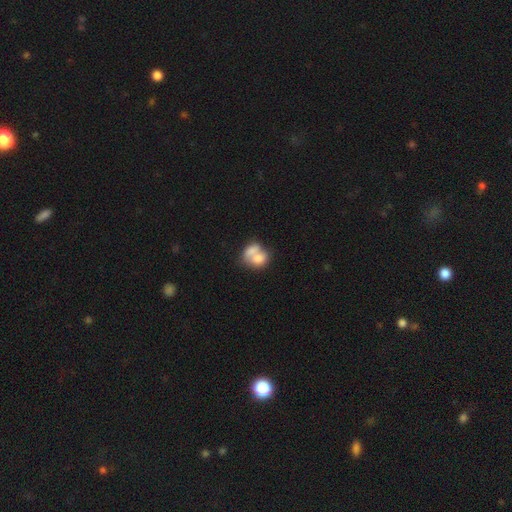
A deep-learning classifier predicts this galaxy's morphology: smooth-or-featured: smooth: 70% | featured or disk: 22% | star or artifact: 8%
  how-rounded: in between: 55% | round: 44% | cigar-shaped: 1%
  merging: merger: 68% | none: 18% | minor disturbance: 8% | major disturbance: 6%